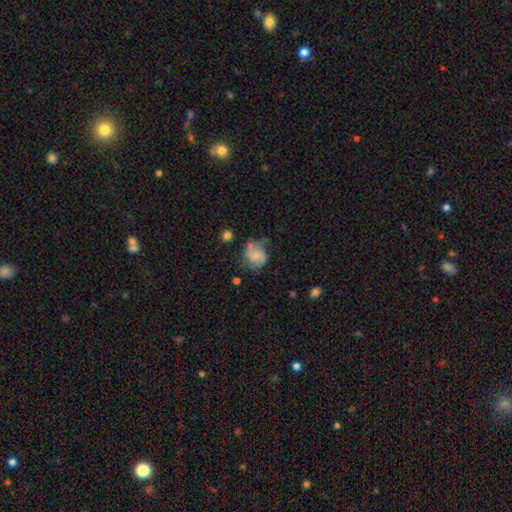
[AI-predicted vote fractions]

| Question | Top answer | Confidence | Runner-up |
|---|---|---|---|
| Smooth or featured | featured or disk | 55% | smooth (37%) |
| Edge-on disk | no | 98% | yes (2%) |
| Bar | no | 61% | weak (33%) |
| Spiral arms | yes | 87% | no (13%) |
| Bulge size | none | 38% | small (33%) |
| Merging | none | 56% | minor disturbance (26%) |